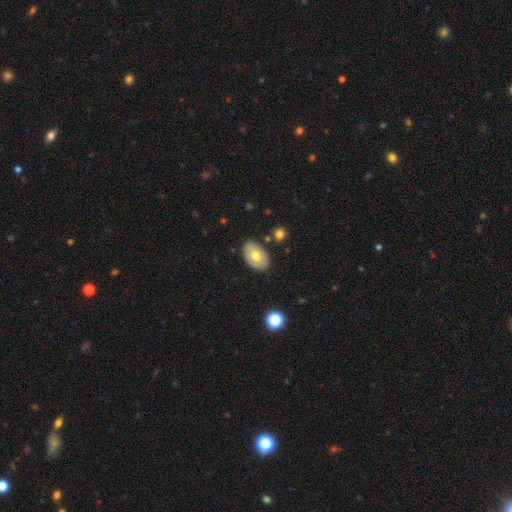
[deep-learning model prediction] A smooth galaxy with no disk features (64%) that is in between round and cigar-shaped (90%). Merging: none (84%).